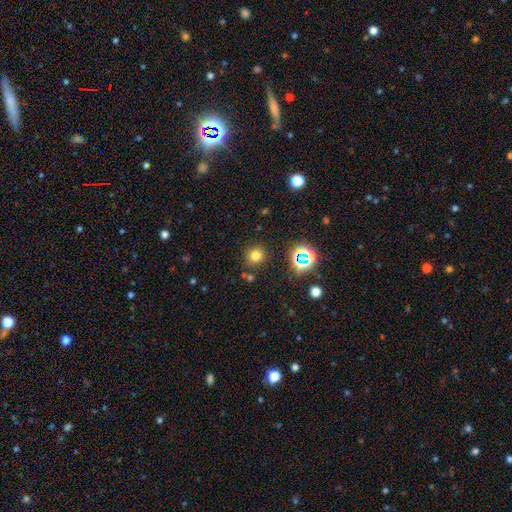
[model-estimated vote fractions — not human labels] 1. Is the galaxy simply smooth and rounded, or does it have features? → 72% smooth, 21% star or artifact, 7% featured or disk.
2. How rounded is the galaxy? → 86% round, 13% in between, 1% cigar-shaped.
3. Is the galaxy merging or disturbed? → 83% none, 9% minor disturbance, 5% merger, 3% major disturbance.